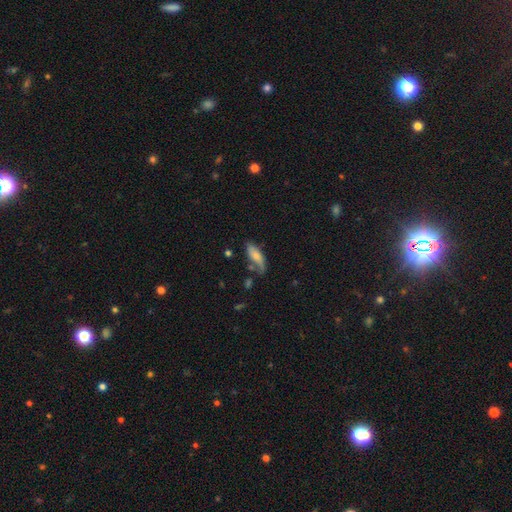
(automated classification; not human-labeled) The model was most divided on "merging": none: 54%, minor disturbance: 28%, major disturbance: 9%, merger: 8%. More confident: smooth or featured — smooth (65%); how rounded — in between (65%).